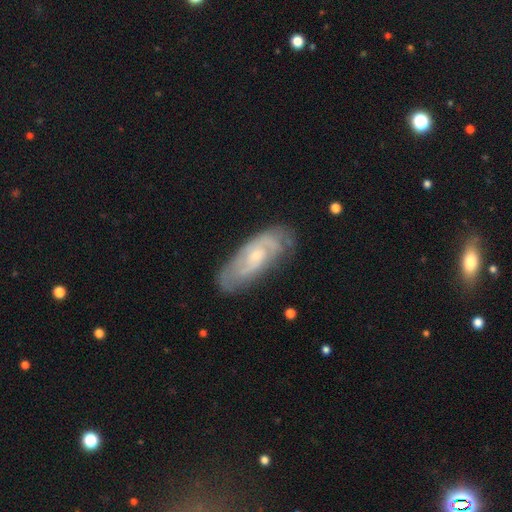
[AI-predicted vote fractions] A featured or disk galaxy (75%) with no bar (67%), 2 (45%) tight (51%) spiral arms (87%) and a small central bulge (67%).

Vote fractions:
- Smooth or featured? featured or disk: 75% / smooth: 20% / star or artifact: 6%
- Edge-on disk? no: 91% / yes: 9%
- Bar? no: 67% / weak: 28% / strong: 5%
- Spiral arms? yes: 87% / no: 13%
- Spiral winding? tight: 51% / medium: 36% / loose: 13%
- Spiral arm count? 2: 45% / can't tell: 38% / 3: 7% / 1: 5% / 4: 3% / more than 4: 2%
- Bulge size? small: 67% / moderate: 29% / none: 2% / large: 1% / dominant: 1%
- Merging? none: 68% / minor disturbance: 22% / major disturbance: 8% / merger: 2%